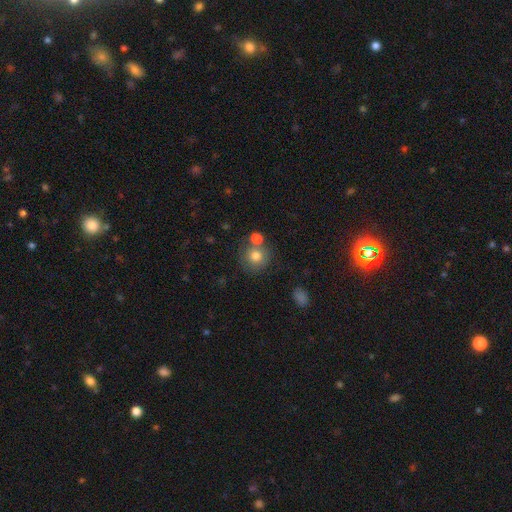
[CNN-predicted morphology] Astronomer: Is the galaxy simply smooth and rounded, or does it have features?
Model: smooth — 78%.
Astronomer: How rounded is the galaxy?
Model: round — 90%.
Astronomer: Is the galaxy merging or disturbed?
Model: none — 61%.